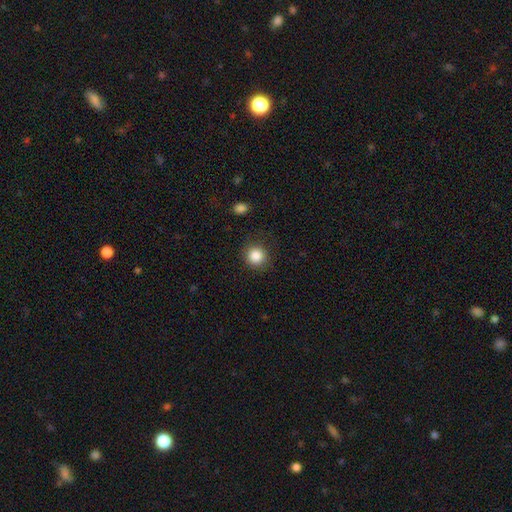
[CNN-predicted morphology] The model was most divided on "smooth or featured": smooth: 86%, star or artifact: 10%, featured or disk: 4%. More confident: how rounded — round (92%); merging — none (86%).